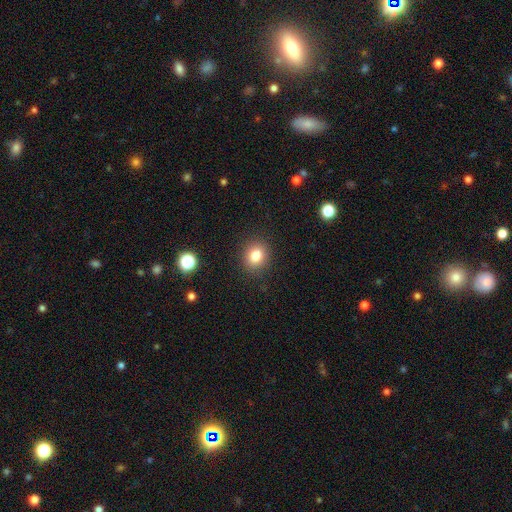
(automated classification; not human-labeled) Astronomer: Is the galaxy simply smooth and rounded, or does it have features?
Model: smooth — 81%.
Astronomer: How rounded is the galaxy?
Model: round — 67%.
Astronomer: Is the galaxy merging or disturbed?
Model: none — 89%.